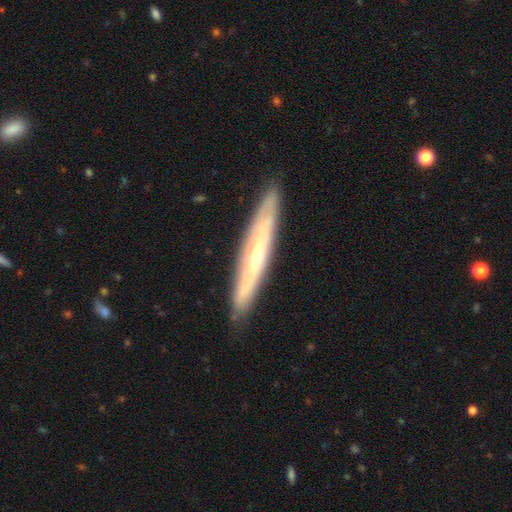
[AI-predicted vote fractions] Overall: featured or disk (58%; smooth 36%). Edge-on disk: yes (79%). Merging: none (88%).